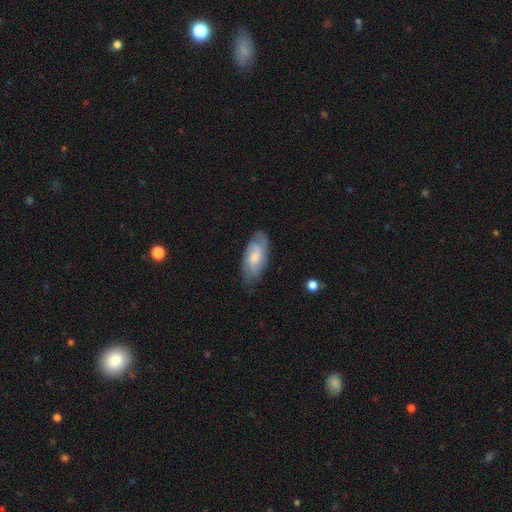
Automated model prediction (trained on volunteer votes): A featured or disk galaxy (53%).

Vote fractions:
- Smooth or featured? featured or disk: 53% / smooth: 41% / star or artifact: 6%
- Edge-on disk? no: 90% / yes: 10%
- Merging? none: 75% / minor disturbance: 19% / major disturbance: 4% / merger: 1%